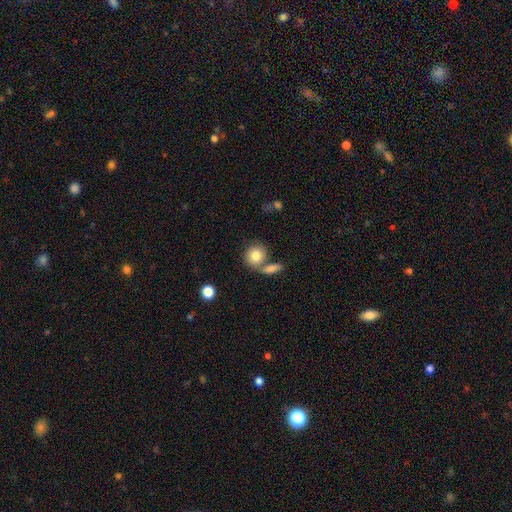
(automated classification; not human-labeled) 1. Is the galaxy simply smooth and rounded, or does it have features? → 82% smooth, 10% featured or disk, 7% star or artifact.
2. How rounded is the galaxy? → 79% round, 20% in between, 2% cigar-shaped.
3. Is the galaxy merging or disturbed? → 53% none, 33% merger, 10% minor disturbance, 4% major disturbance.